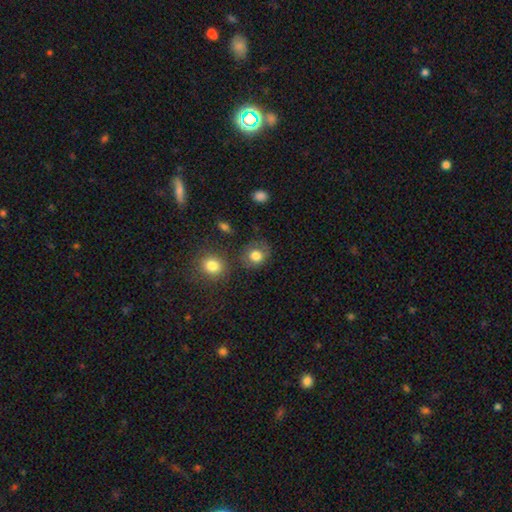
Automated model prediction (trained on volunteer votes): Morphology: type=smooth (79%); roundness=round (77%); merging=none (70%).